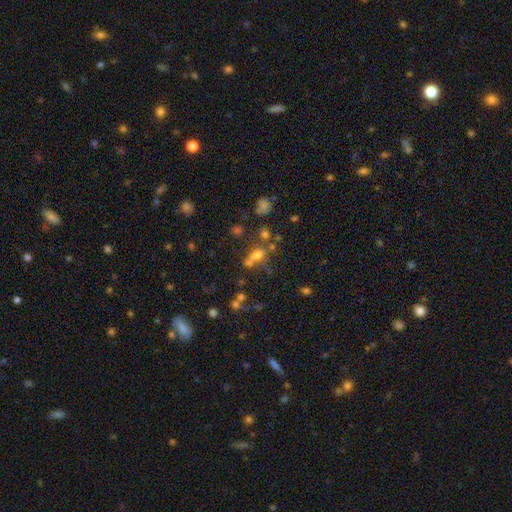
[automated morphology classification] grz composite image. It shows a smooth galaxy with no disk features (57%) that is in between round and cigar-shaped (58%). Merging: none (44%).